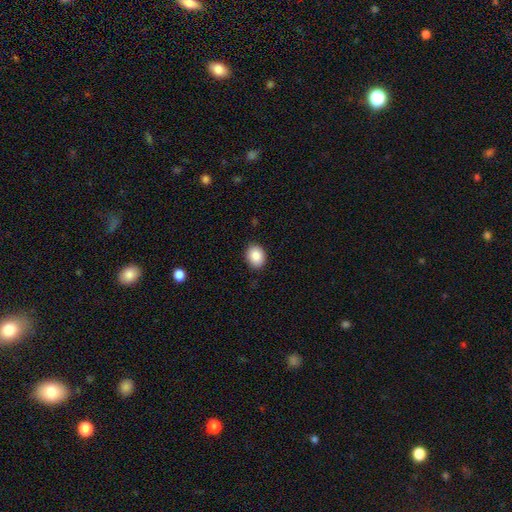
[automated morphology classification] type=smooth (87%); roundness=in between (50%); merging=none (89%).